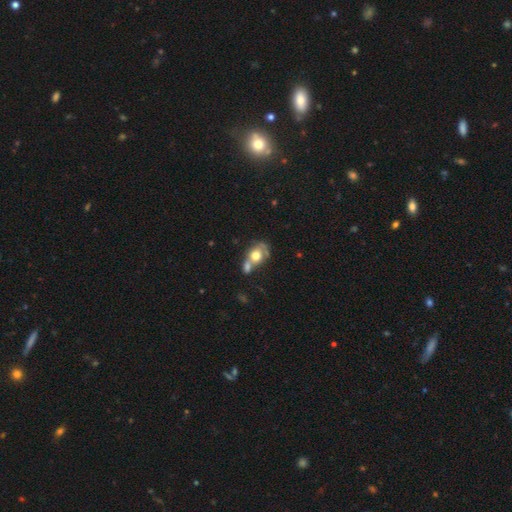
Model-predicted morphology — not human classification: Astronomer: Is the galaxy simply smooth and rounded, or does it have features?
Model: smooth — 60%.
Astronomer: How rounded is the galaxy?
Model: in between — 52% (runner-up: round, 46%).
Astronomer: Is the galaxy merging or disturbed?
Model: merger — 59%.